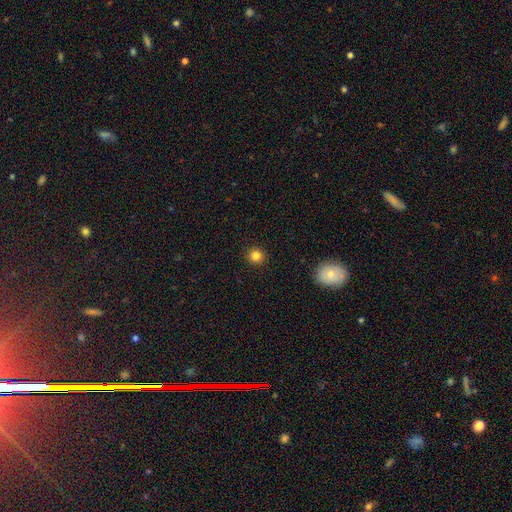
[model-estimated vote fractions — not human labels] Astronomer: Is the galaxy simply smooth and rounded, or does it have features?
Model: smooth — 83%.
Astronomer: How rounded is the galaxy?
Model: round — 93%.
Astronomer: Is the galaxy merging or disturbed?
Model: none — 93%.